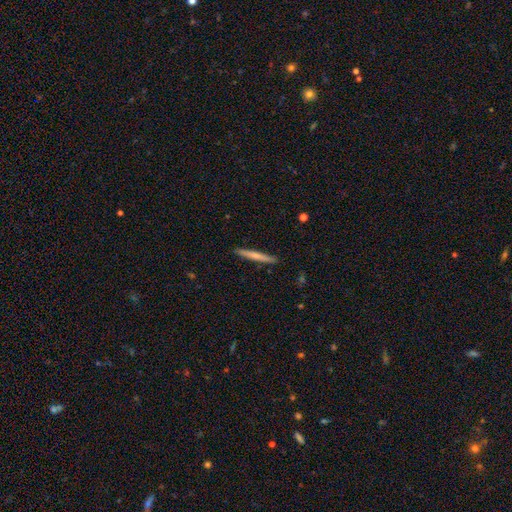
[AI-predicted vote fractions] smooth_or_featured: smooth (p=0.63) [alt: featured or disk p=0.32]
how_rounded: cigar-shaped (p=0.96) [alt: in between p=0.02]
merging: none (p=0.91) [alt: minor disturbance p=0.06]